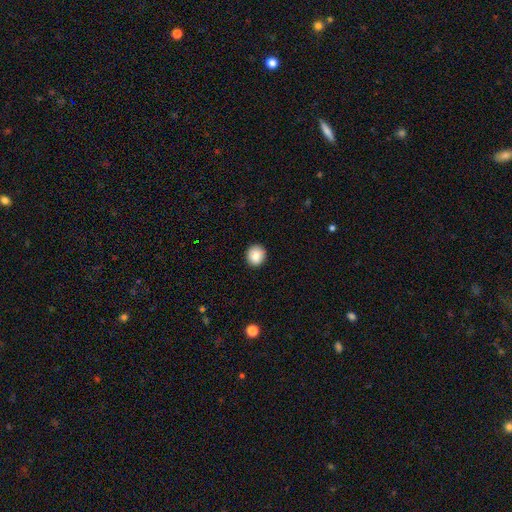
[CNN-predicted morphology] Q: Smooth or featured?
A: smooth (85%); runner-up: star or artifact (8%)
Q: How rounded?
A: round (85%); runner-up: in between (14%)
Q: Merging?
A: none (89%); runner-up: minor disturbance (8%)